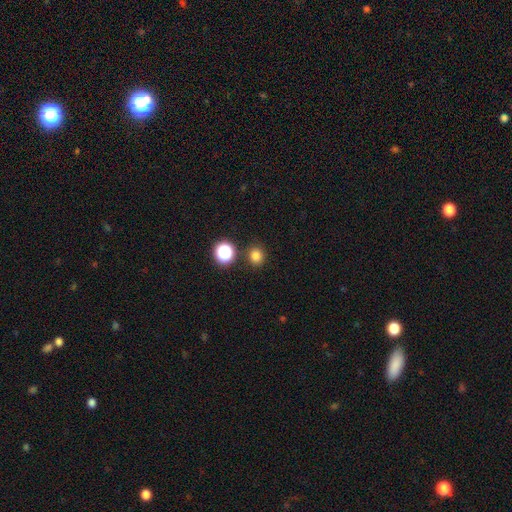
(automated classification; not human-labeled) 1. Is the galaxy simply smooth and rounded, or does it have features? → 80% smooth, 16% star or artifact, 4% featured or disk.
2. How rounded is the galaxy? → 80% round, 19% in between, 1% cigar-shaped.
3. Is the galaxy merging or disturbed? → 86% none, 7% minor disturbance, 4% merger, 2% major disturbance.